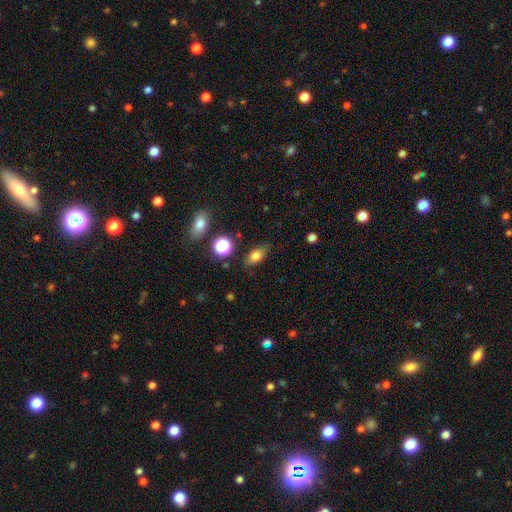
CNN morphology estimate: smooth_or_featured: smooth (p=0.77) [alt: featured or disk p=0.12]
how_rounded: in between (p=0.80) [alt: round p=0.12]
merging: none (p=0.79) [alt: minor disturbance p=0.15]